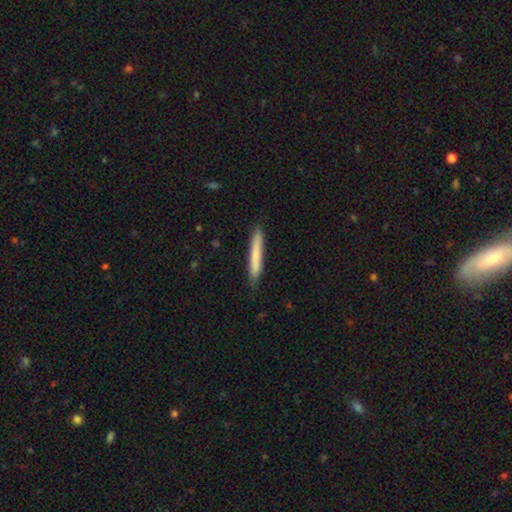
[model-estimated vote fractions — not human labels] Overall: smooth (77%). How rounded: cigar-shaped (95%). Merging: none (85%).